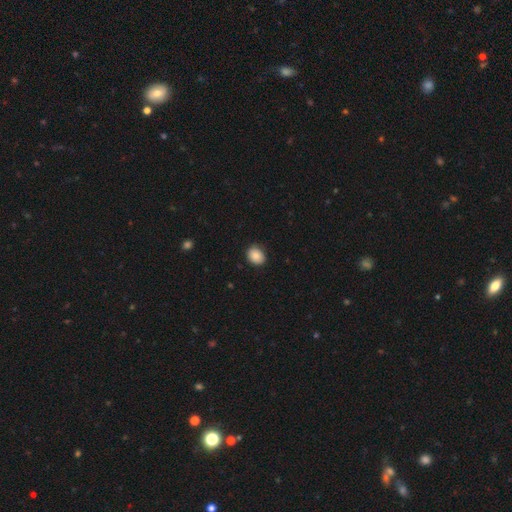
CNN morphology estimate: smooth-or-featured: smooth: 87% | star or artifact: 8% | featured or disk: 5%
  how-rounded: round: 57% | in between: 42% | cigar-shaped: 1%
  merging: none: 86% | minor disturbance: 11% | major disturbance: 2% | merger: 1%